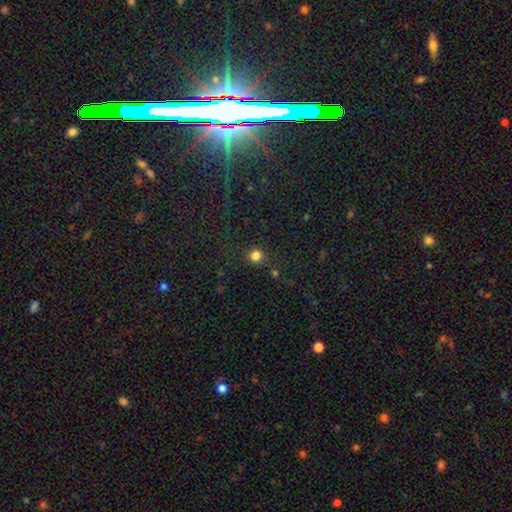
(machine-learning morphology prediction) This is clearly a smooth galaxy (80%). How rounded: clearly round (89%). Merging: clearly none (84%).